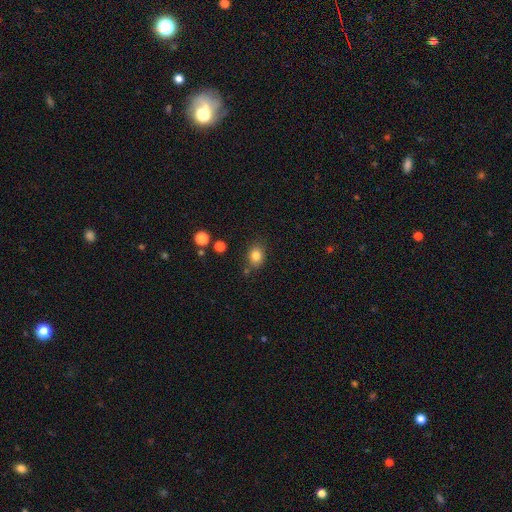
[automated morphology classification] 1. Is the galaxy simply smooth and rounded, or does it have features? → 82% smooth, 12% star or artifact, 7% featured or disk.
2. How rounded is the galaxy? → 56% round, 43% in between, 1% cigar-shaped.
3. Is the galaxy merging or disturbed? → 78% none, 14% minor disturbance, 5% merger, 3% major disturbance.